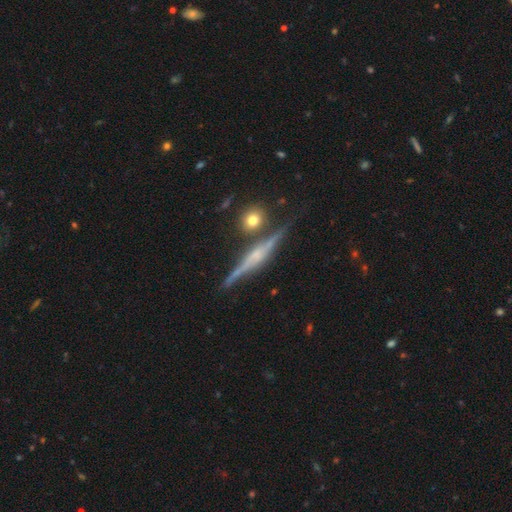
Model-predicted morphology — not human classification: The model was most divided on "edge-on bulge": rounded: 64%, boxy: 21%, none: 15%. More confident: edge-on disk — yes (98%); merging — none (83%); smooth or featured — featured or disk (83%).